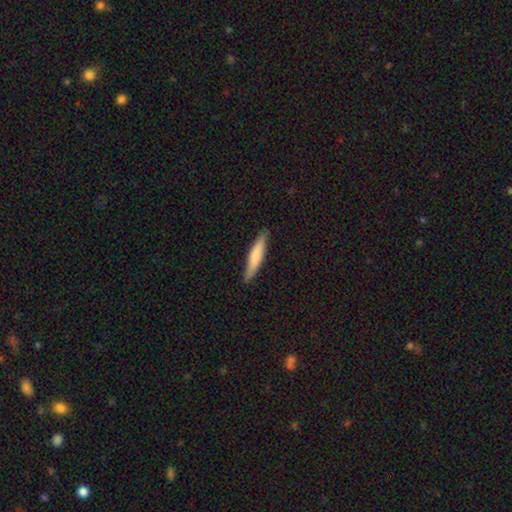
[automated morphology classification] Smooth or featured? smooth (72%)
How rounded? cigar-shaped (90%)
Merging? none (88%)